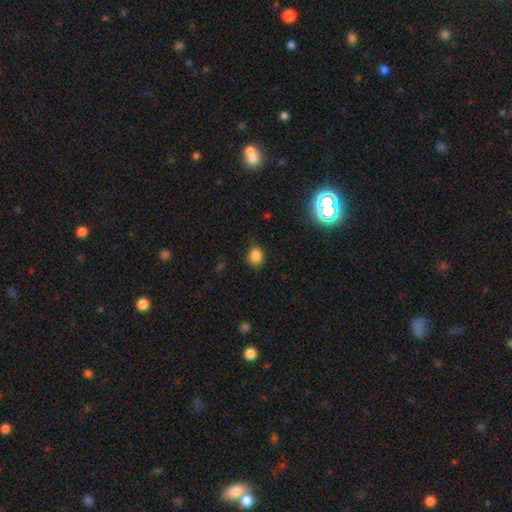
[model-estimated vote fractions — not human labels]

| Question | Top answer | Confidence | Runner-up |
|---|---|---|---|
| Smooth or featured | smooth | 82% | star or artifact (13%) |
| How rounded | round | 67% | in between (32%) |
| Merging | none | 78% | minor disturbance (17%) |